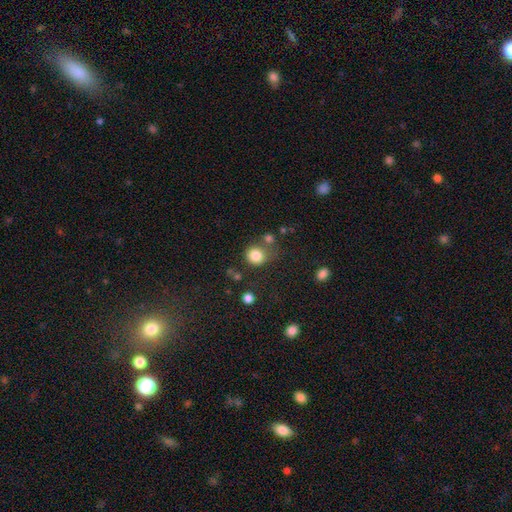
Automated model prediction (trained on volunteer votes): Smooth or featured? smooth (83%)
How rounded? round (82%)
Merging? none (61%)